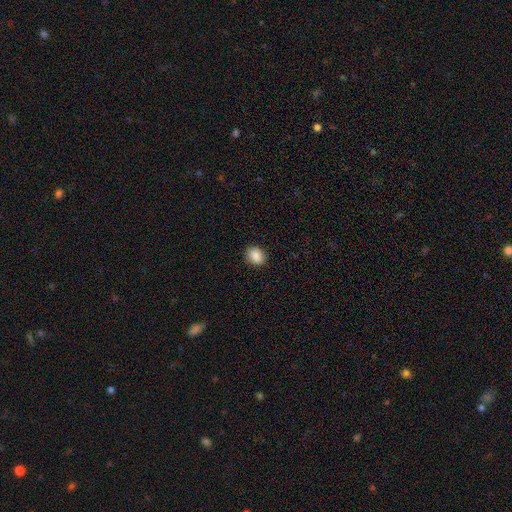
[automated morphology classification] This is clearly a smooth galaxy (89%). How rounded: possibly round (56%). Merging: clearly none (90%).